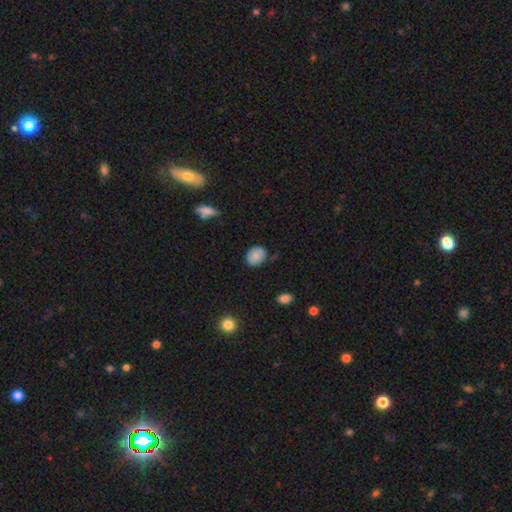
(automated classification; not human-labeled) Overall: smooth (82%). How rounded: in between (51%; round 48%). Merging: none (76%).